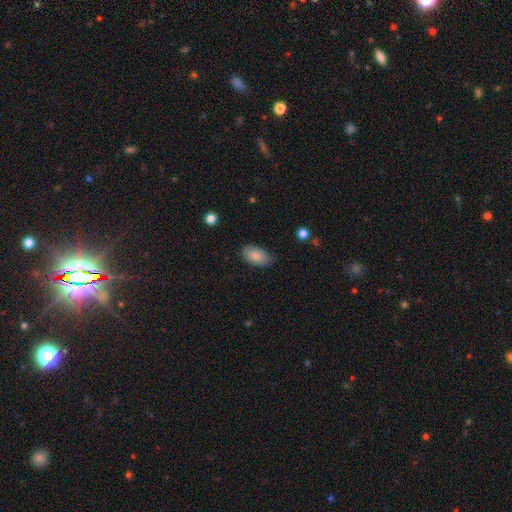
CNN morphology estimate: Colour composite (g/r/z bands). It shows a smooth galaxy with no disk features (84%) that is in between round and cigar-shaped (93%). Merging: none (79%).